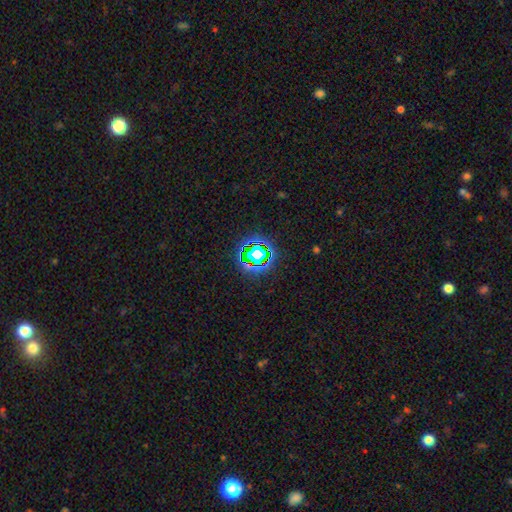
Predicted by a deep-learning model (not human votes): This is likely a star or artifact rather than a galaxy (67%).